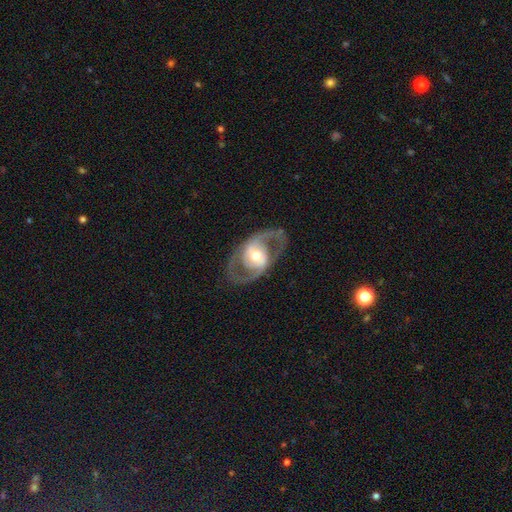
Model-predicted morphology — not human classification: The model was most divided on "bar": no: 48%, weak: 31%, strong: 20%. More confident: edge-on disk — no (94%); spiral arm count — 2 (88%); smooth or featured — featured or disk (83%); merging — none (79%); spiral arms — yes (73%); bulge size — moderate (67%); spiral winding — medium (54%).